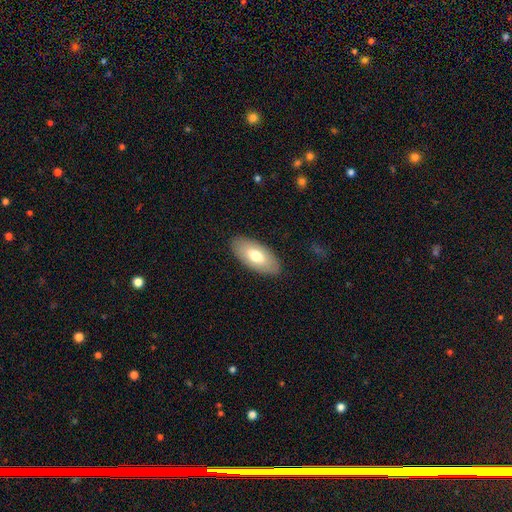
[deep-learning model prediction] smooth-or-featured: smooth: 69% | featured or disk: 25% | star or artifact: 6%
  how-rounded: in between: 92% | cigar-shaped: 6% | round: 2%
  merging: none: 88% | minor disturbance: 9% | major disturbance: 2% | merger: 1%